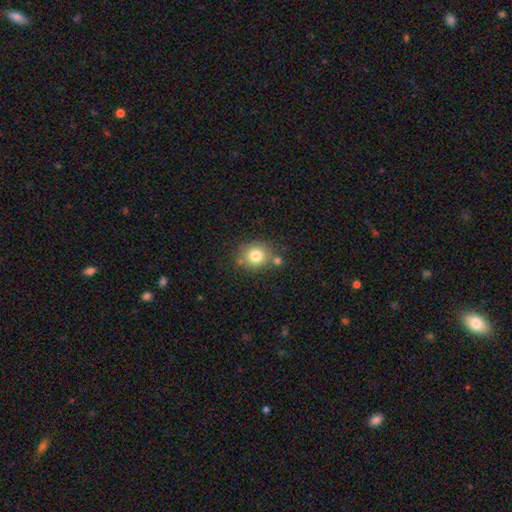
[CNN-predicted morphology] Overall: smooth (78%). How rounded: round (81%). Merging: none (69%).